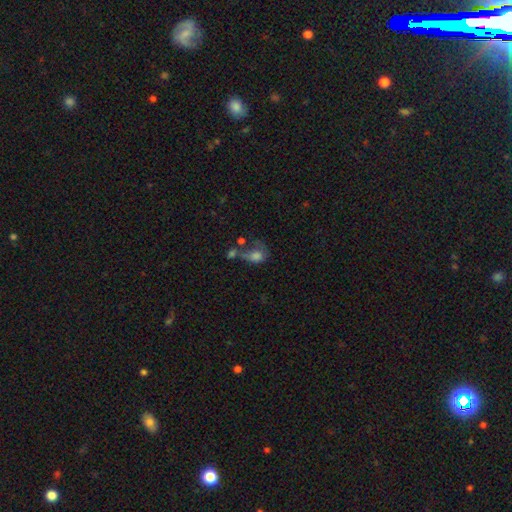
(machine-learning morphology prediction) Smooth or featured? smooth (64%)
How rounded? in between (62%)
Merging? merger (35%)